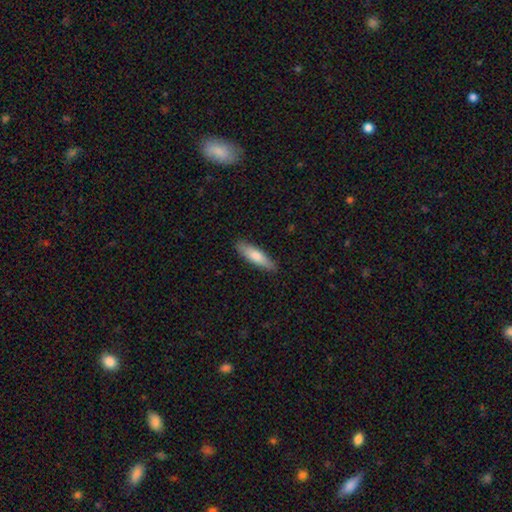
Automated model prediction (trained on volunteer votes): Smooth or featured?
  - smooth: 76% *
  - featured or disk: 19%
  - star or artifact: 6%
How rounded?
  - cigar-shaped: 68% *
  - in between: 31%
  - round: 2%
Merging?
  - none: 88% *
  - minor disturbance: 9%
  - major disturbance: 2%
  - merger: 1%